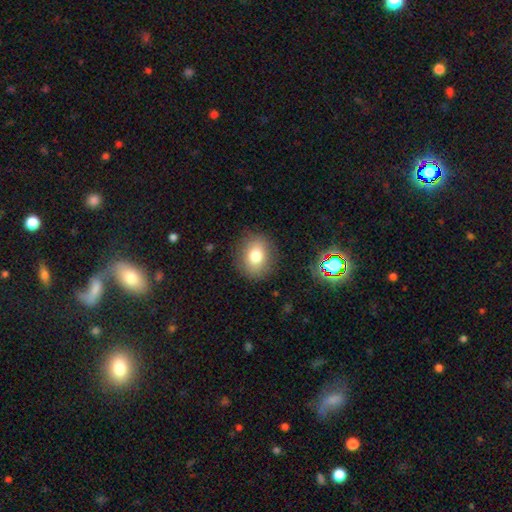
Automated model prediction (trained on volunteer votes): This appears to be a smooth galaxy with no disk features (77%) that is round (60%). Merging: none (86%).